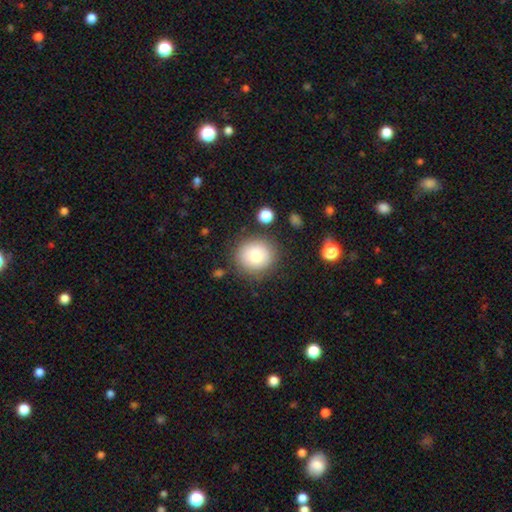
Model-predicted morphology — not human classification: Smooth or featured: smooth — 78% (featured or disk — 12%)
How rounded: round — 88% (in between — 11%)
Merging: none — 83% (minor disturbance — 10%)